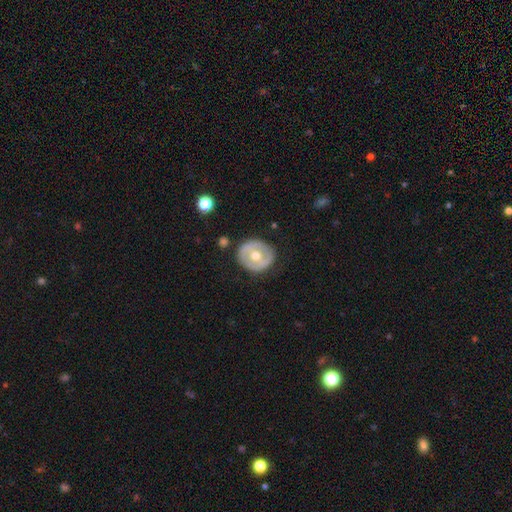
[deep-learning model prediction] smooth-or-featured: featured or disk: 54% | smooth: 40% | star or artifact: 6%
  disk-edge-on: no: 95% | yes: 5%
    bar: no: 71% | weak: 19% | strong: 9%
    has-spiral-arms: no: 83% | yes: 17%
    bulge-size: moderate: 80% | small: 14% | large: 4% | none: 1% | dominant: 1%
  merging: none: 83% | minor disturbance: 12% | major disturbance: 3% | merger: 2%